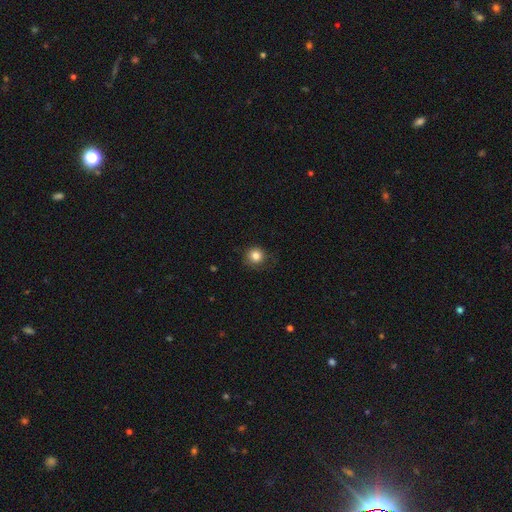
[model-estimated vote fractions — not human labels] Q: Smooth or featured?
A: smooth (83%); runner-up: star or artifact (11%)
Q: How rounded?
A: round (93%); runner-up: in between (6%)
Q: Merging?
A: none (79%); runner-up: minor disturbance (15%)